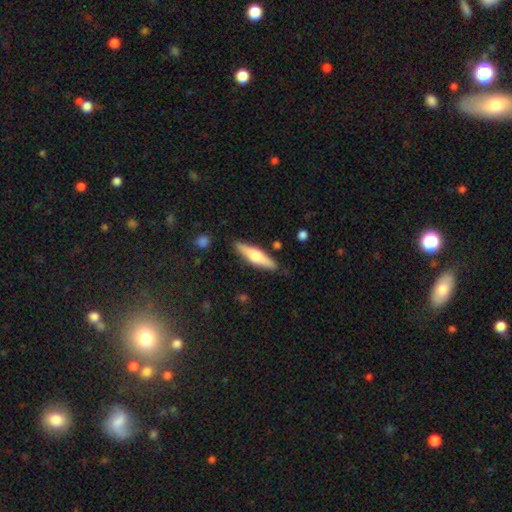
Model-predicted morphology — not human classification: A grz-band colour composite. It shows a featured or disk galaxy (48%). Merging: none (87%).